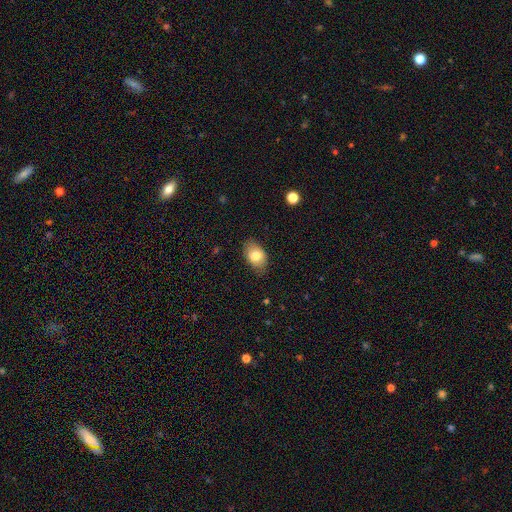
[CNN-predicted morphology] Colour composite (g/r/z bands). It shows a smooth galaxy with no disk features (78%) that is in between round and cigar-shaped (84%). Merging: none (80%).